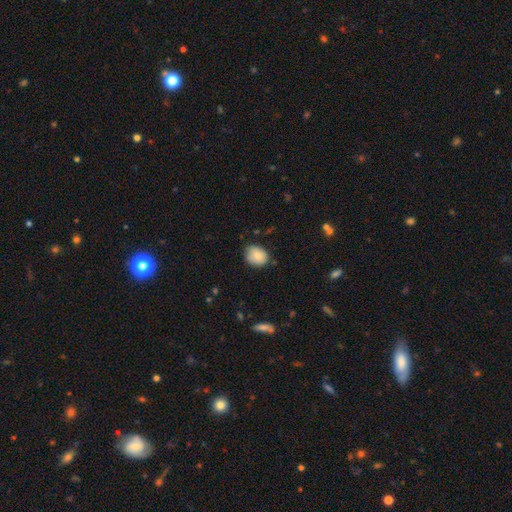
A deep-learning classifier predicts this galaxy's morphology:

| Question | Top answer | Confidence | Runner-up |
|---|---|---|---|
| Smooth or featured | smooth | 85% | star or artifact (8%) |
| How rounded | round | 59% | in between (40%) |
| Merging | none | 77% | minor disturbance (18%) |